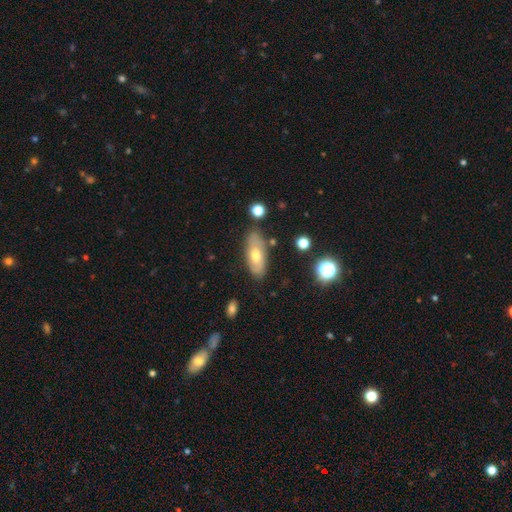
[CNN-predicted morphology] Smooth or featured: smooth — 52% (featured or disk — 40%)
How rounded: in between — 81% (cigar-shaped — 15%)
Merging: none — 76% (minor disturbance — 16%)